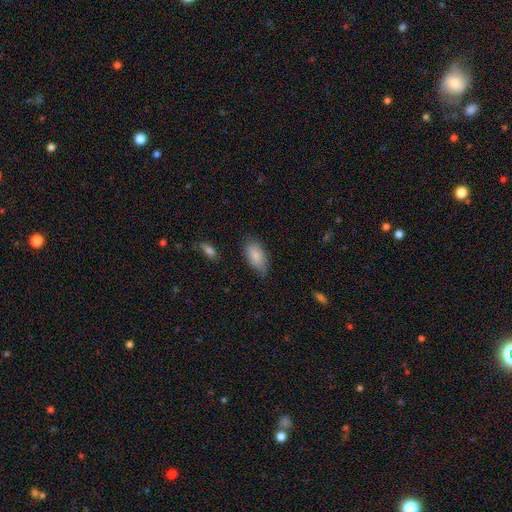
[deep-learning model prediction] A smooth galaxy with no disk features (85%) that is in between round and cigar-shaped (92%).

Vote fractions:
- Smooth or featured? smooth: 85% / featured or disk: 8% / star or artifact: 7%
- How rounded? in between: 92% / cigar-shaped: 5% / round: 3%
- Merging? none: 71% / minor disturbance: 23% / major disturbance: 5% / merger: 2%